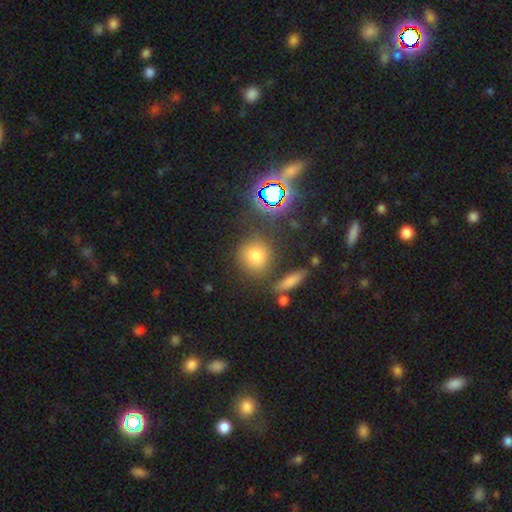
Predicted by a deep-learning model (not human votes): smooth 70%, star or artifact 21%, featured or disk 9%. Down the decision tree: how rounded — round (83%); merging — none (77%).